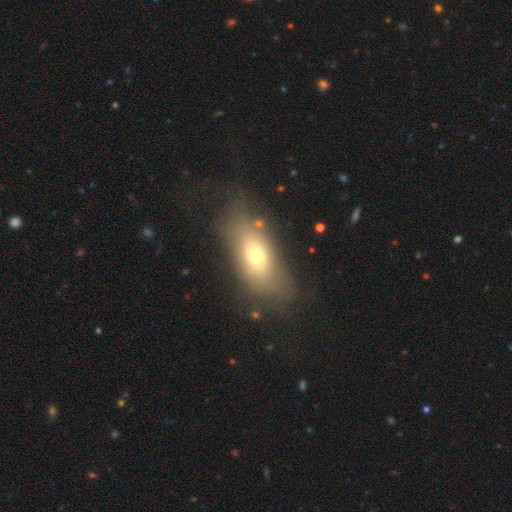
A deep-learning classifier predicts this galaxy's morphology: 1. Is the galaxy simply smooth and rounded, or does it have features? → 64% smooth, 26% featured or disk, 11% star or artifact.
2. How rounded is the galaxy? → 79% in between, 15% cigar-shaped, 6% round.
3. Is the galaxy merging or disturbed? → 66% none, 20% minor disturbance, 12% major disturbance, 3% merger.